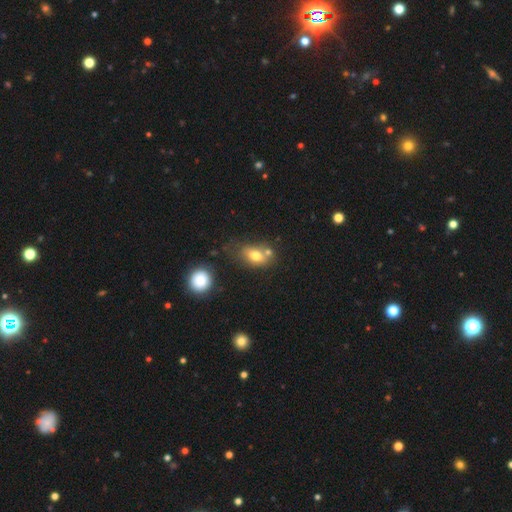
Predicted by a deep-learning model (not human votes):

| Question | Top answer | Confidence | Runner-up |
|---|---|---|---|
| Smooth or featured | smooth | 74% | featured or disk (16%) |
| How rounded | in between | 76% | round (21%) |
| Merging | none | 41% | merger (31%) |